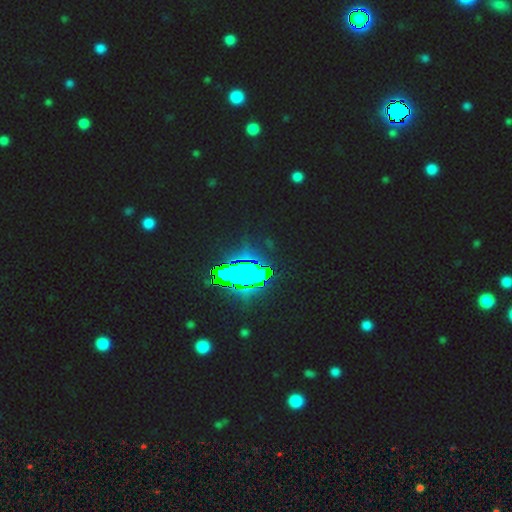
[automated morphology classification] The model was most divided on "smooth or featured": star or artifact: 80%, smooth: 11%, featured or disk: 9%.